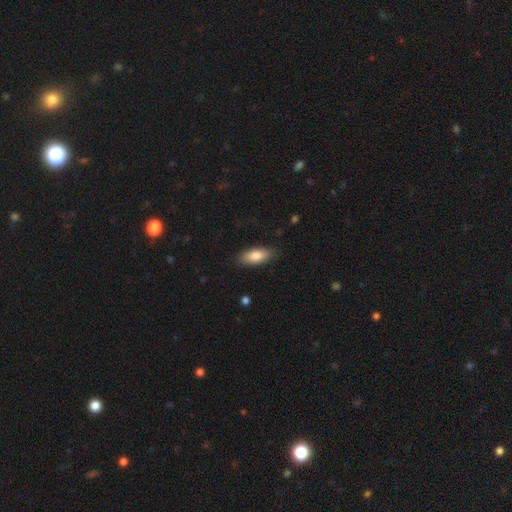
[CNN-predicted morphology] type=smooth (80%); roundness=in between (78%); merging=none (86%).